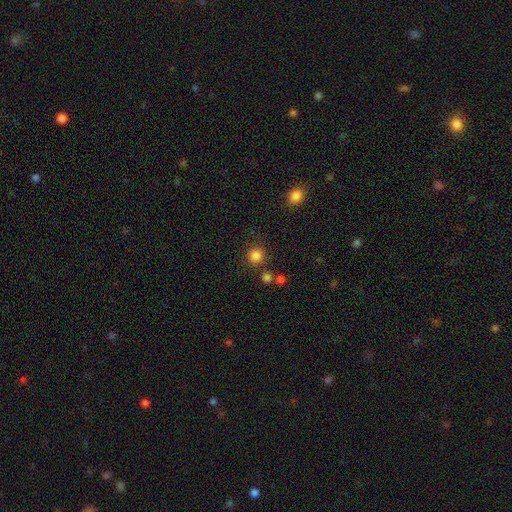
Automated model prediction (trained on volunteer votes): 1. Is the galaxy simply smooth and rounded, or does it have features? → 82% smooth, 13% star or artifact, 4% featured or disk.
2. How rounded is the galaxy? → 91% round, 8% in between, 1% cigar-shaped.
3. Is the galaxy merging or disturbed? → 81% none, 8% minor disturbance, 6% merger, 4% major disturbance.